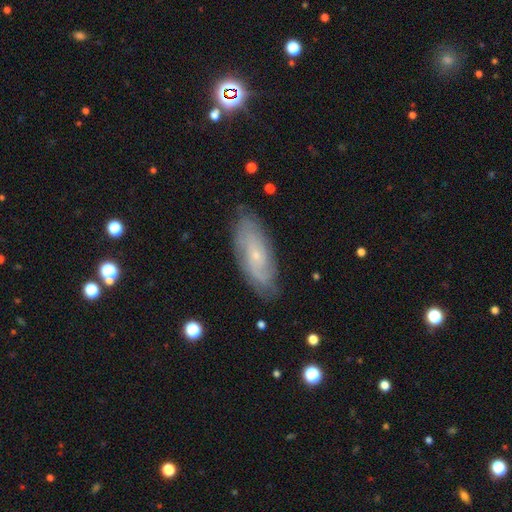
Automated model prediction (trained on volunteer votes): The model was most divided on "spiral arm count": can't tell: 50%, 2: 31%, 3: 8%, 4: 5%, 1: 4%, more than 4: 3%. More confident: edge-on disk — no (89%); spiral arms — yes (86%); bulge size — small (83%); merging — none (80%); bar — no (74%); smooth or featured — featured or disk (68%); spiral winding — tight (60%).